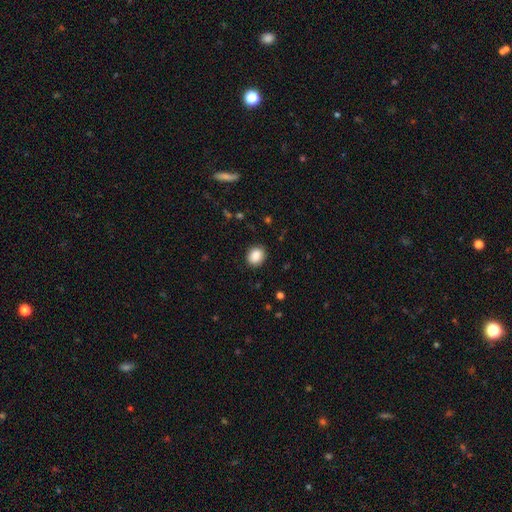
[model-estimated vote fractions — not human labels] A smooth galaxy with no disk features (88%) that is round (63%). Merging: none (88%).